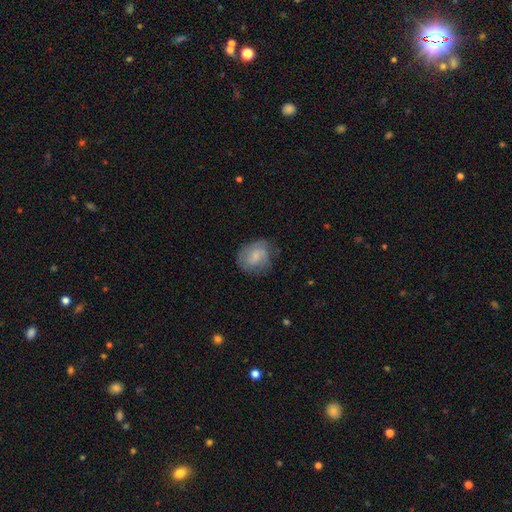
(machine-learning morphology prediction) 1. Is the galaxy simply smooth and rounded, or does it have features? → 57% smooth, 35% featured or disk, 8% star or artifact.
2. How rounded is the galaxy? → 61% round, 38% in between, 1% cigar-shaped.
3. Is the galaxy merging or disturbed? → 64% none, 24% minor disturbance, 10% major disturbance, 1% merger.